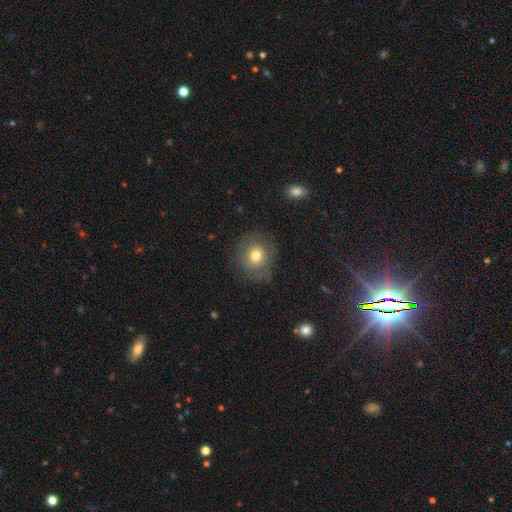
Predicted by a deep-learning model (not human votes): The model was most divided on "smooth or featured": smooth: 67%, featured or disk: 22%, star or artifact: 10%. More confident: how rounded — round (85%); merging — none (73%).